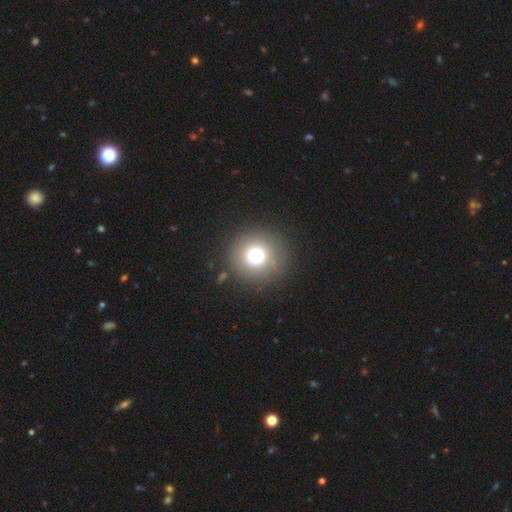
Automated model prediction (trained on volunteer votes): Q: Smooth or featured?
A: smooth (75%); runner-up: star or artifact (14%)
Q: How rounded?
A: round (94%); runner-up: in between (5%)
Q: Merging?
A: none (86%); runner-up: minor disturbance (8%)